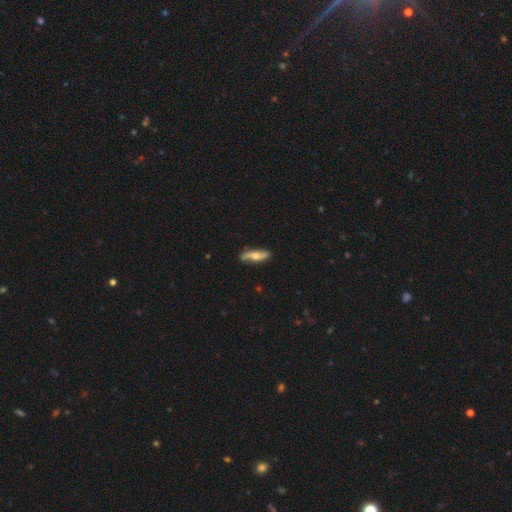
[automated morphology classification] Smooth or featured: featured or disk — 59% (smooth — 35%)
Edge-on disk: no — 59% (yes — 41%)
Merging: none — 80% (minor disturbance — 15%)